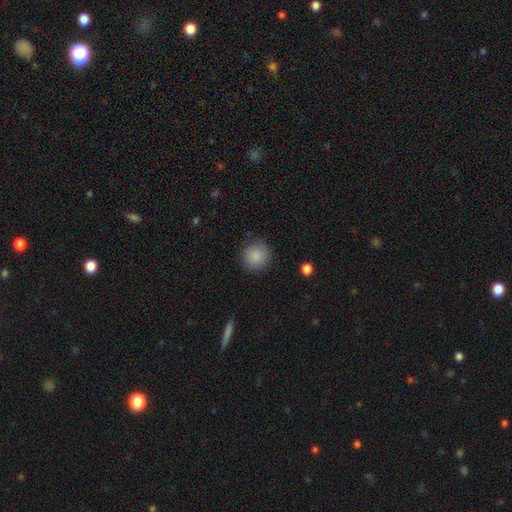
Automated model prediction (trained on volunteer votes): Morphology: type=smooth (86%); roundness=round (92%); merging=none (81%).